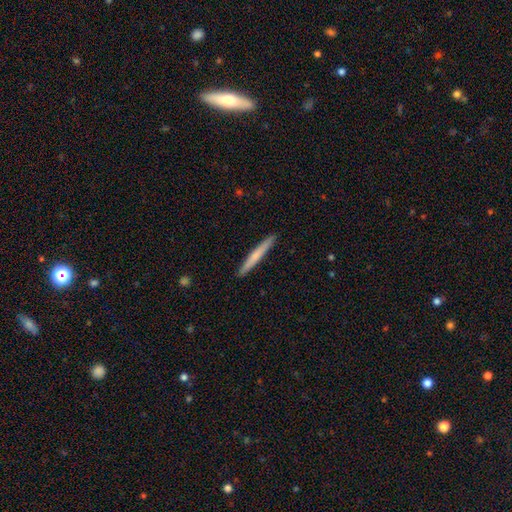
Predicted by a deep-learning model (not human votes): A smooth galaxy with no disk features (64%) that is cigar-shaped (97%).

Vote fractions:
- Smooth or featured? smooth: 64% / featured or disk: 31% / star or artifact: 5%
- How rounded? cigar-shaped: 97% / in between: 2% / round: 1%
- Merging? none: 92% / minor disturbance: 6% / major disturbance: 1% / merger: 1%